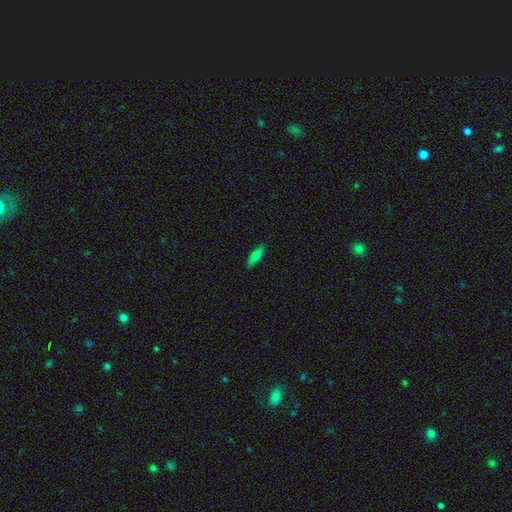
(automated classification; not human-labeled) A smooth galaxy with no disk features (71%) that is in between round and cigar-shaped (54%). Merging: none (87%).